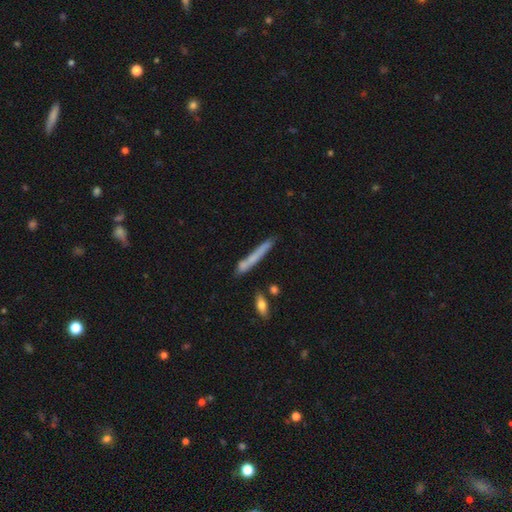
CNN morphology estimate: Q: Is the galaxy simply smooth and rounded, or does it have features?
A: smooth — 62%.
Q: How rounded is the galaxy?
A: cigar-shaped — 95%.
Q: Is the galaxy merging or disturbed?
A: none — 69%.